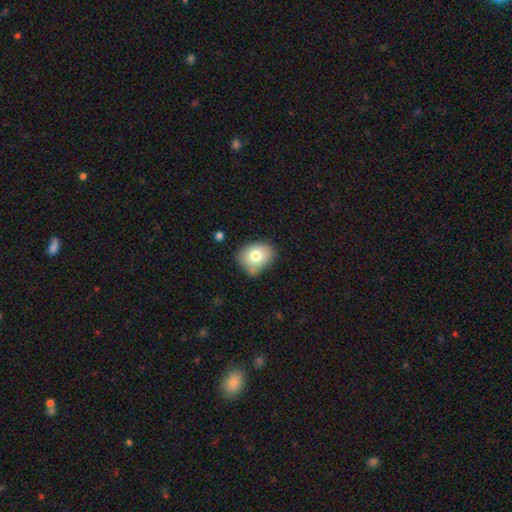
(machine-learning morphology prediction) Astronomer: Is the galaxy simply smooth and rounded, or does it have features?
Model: smooth — 76%.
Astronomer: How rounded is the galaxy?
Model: in between — 51% (runner-up: round, 48%).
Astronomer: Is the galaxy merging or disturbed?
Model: none — 62%.